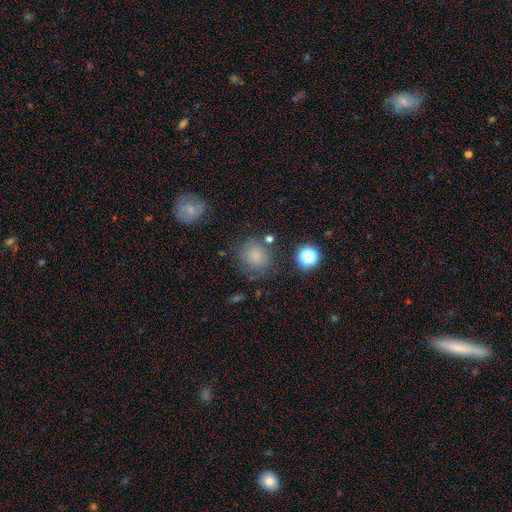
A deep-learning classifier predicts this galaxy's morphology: The model was most divided on "merging": none: 72%, minor disturbance: 16%, major disturbance: 7%, merger: 5%. More confident: how rounded — round (87%); smooth or featured — smooth (77%).